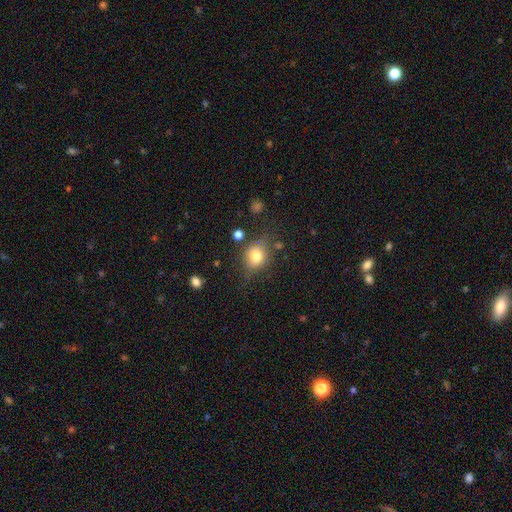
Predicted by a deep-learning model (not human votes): smooth_or_featured: smooth (p=0.76) [alt: featured or disk p=0.12]
how_rounded: round (p=0.65) [alt: in between p=0.34]
merging: none (p=0.71) [alt: minor disturbance p=0.18]